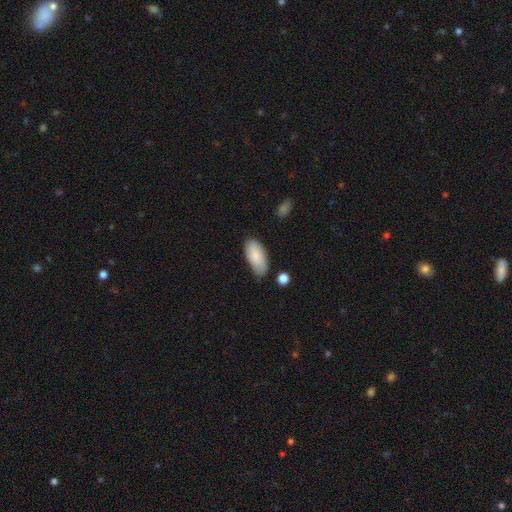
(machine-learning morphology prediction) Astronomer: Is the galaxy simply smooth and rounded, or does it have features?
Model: smooth — 85%.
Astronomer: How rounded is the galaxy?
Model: in between — 92%.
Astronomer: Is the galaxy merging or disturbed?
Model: none — 66%.